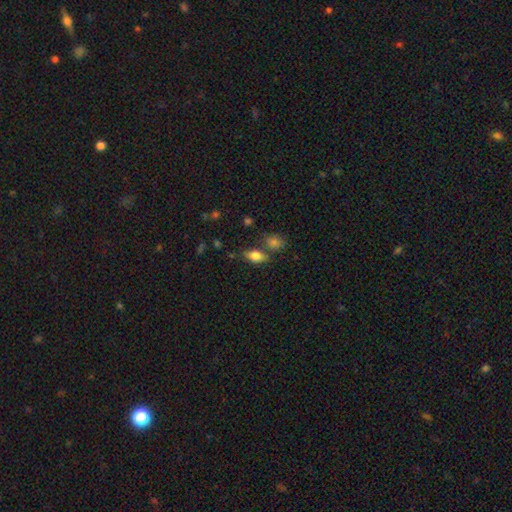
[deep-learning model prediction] smooth-or-featured: smooth: 77% | featured or disk: 13% | star or artifact: 10%
  how-rounded: in between: 81% | round: 14% | cigar-shaped: 5%
  merging: none: 63% | minor disturbance: 17% | merger: 14% | major disturbance: 5%